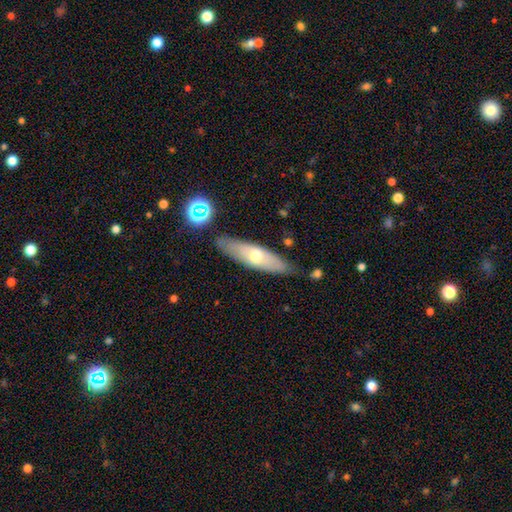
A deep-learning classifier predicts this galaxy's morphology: smooth-or-featured: smooth: 49% | featured or disk: 44% | star or artifact: 7%
  merging: none: 81% | minor disturbance: 14% | merger: 3% | major disturbance: 3%